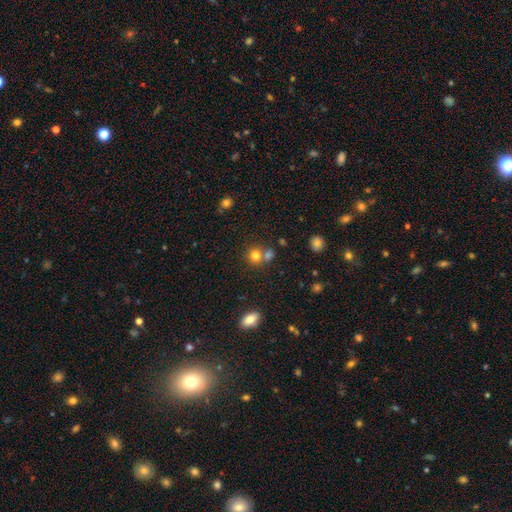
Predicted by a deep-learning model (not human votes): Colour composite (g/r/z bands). It shows a smooth galaxy with no disk features (78%) that is round (83%). Merging: none (54%).